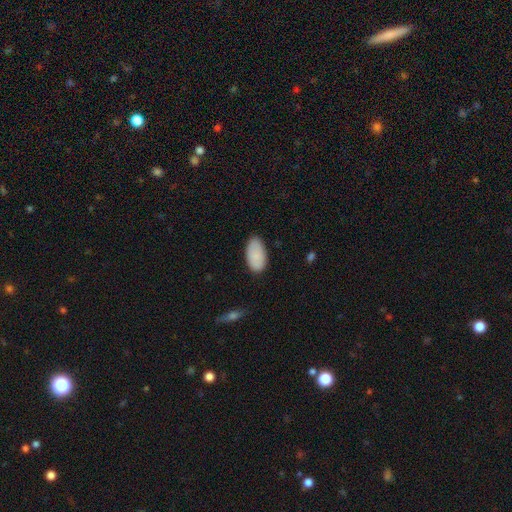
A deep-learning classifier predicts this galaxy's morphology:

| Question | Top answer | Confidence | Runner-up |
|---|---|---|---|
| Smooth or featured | smooth | 88% | featured or disk (6%) |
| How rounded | in between | 95% | round (3%) |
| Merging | none | 83% | minor disturbance (13%) |